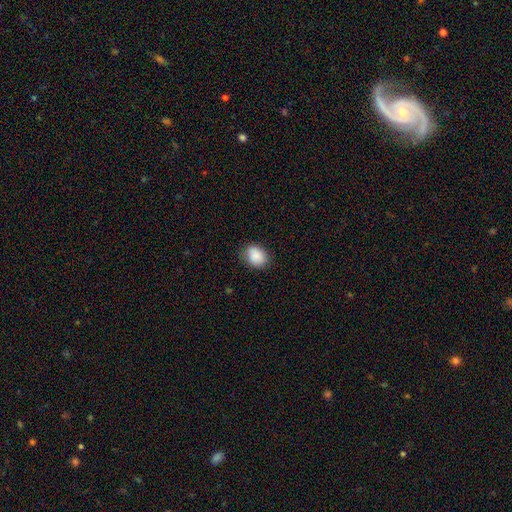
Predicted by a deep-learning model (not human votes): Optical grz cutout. It shows a smooth galaxy with no disk features (89%) that is in between round and cigar-shaped (65%). Merging: none (80%).